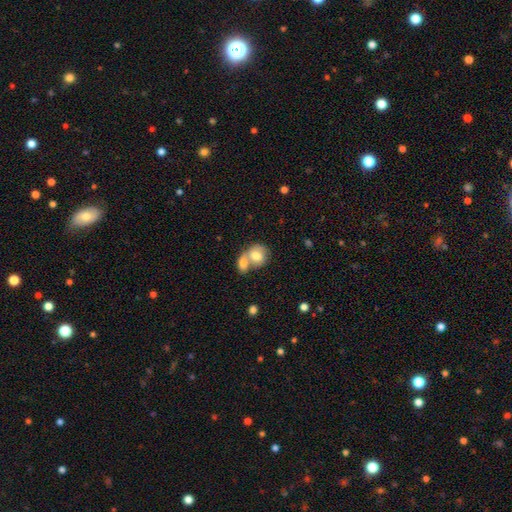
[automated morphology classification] Smooth or featured: smooth — 74% (featured or disk — 19%)
How rounded: round — 56% (in between — 43%)
Merging: merger — 68% (none — 20%)